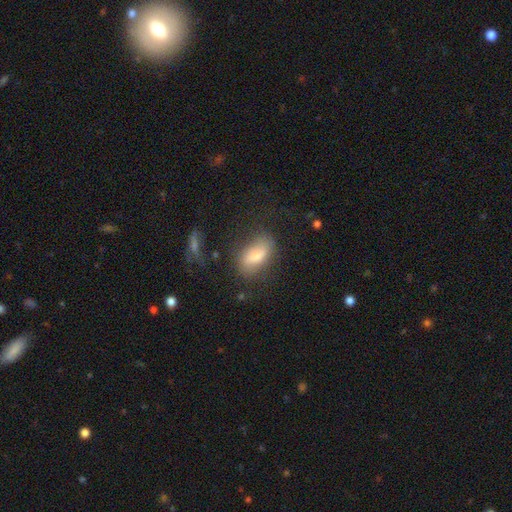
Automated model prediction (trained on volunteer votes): smooth 68%, featured or disk 24%, star or artifact 8%. Down the decision tree: how rounded — in between (86%); merging — none (65%).